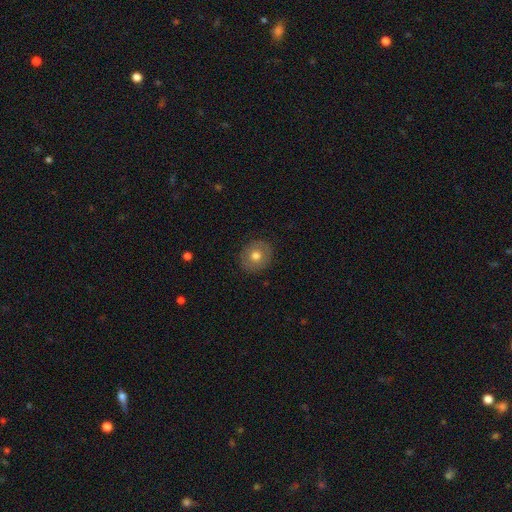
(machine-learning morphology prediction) smooth_or_featured: smooth (p=0.69) [alt: featured or disk p=0.23]
how_rounded: round (p=0.82) [alt: in between p=0.17]
merging: none (p=0.89) [alt: minor disturbance p=0.08]